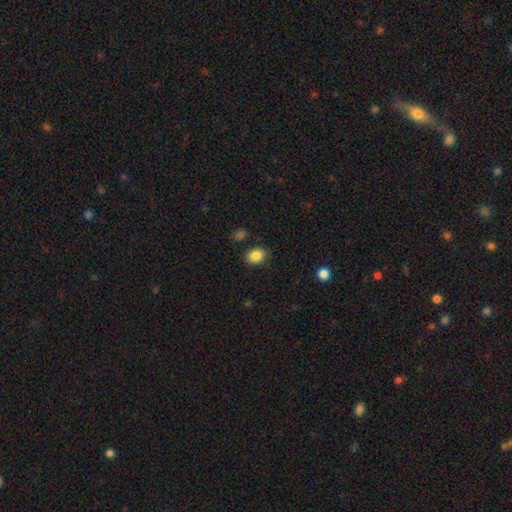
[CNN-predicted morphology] smooth-or-featured: smooth: 86% | star or artifact: 9% | featured or disk: 5%
  how-rounded: in between: 57% | round: 42% | cigar-shaped: 1%
  merging: none: 84% | minor disturbance: 11% | major disturbance: 3% | merger: 2%